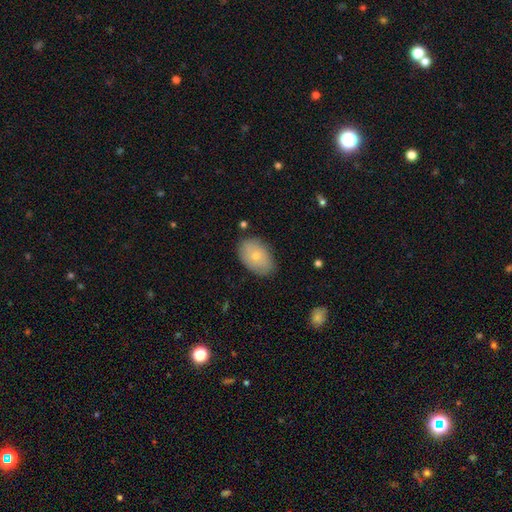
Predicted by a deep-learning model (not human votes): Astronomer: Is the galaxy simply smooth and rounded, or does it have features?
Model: smooth — 73%.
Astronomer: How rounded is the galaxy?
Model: in between — 89%.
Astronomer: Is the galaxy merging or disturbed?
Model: none — 80%.